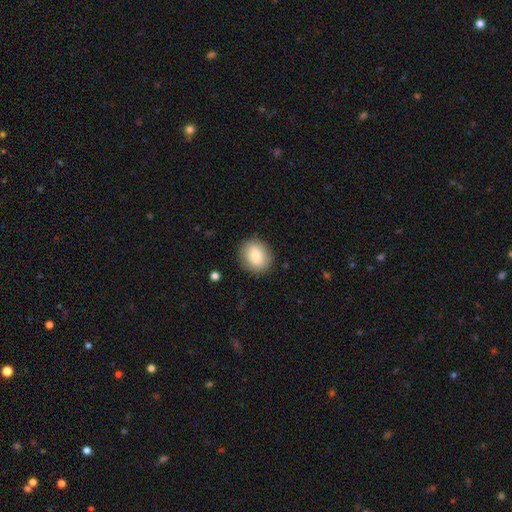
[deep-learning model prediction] Smooth or featured: smooth — 82% (featured or disk — 10%)
How rounded: round — 63% (in between — 36%)
Merging: none — 87% (minor disturbance — 9%)